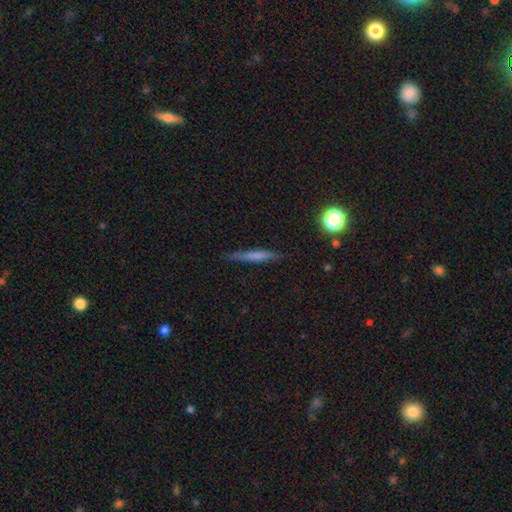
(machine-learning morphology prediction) Q: Smooth or featured?
A: smooth (58%); runner-up: featured or disk (33%)
Q: How rounded?
A: cigar-shaped (92%); runner-up: in between (6%)
Q: Merging?
A: none (81%); runner-up: minor disturbance (14%)